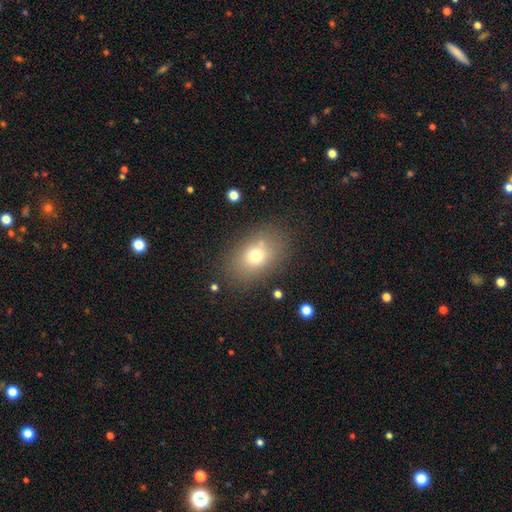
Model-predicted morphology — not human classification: Q: Smooth or featured?
A: smooth (72%); runner-up: featured or disk (15%)
Q: How rounded?
A: in between (76%); runner-up: round (23%)
Q: Merging?
A: none (79%); runner-up: minor disturbance (12%)